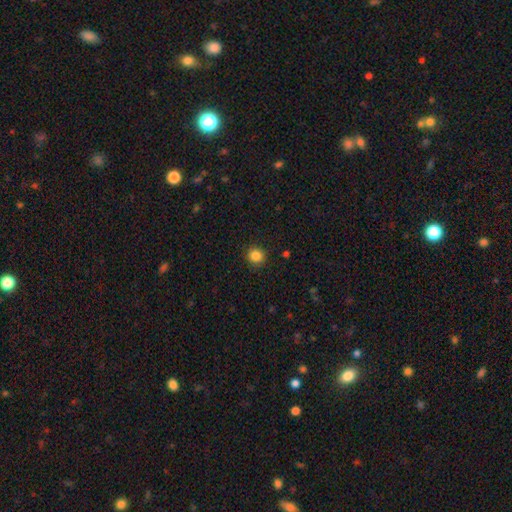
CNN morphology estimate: Smooth or featured? smooth (85%)
How rounded? round (90%)
Merging? none (91%)